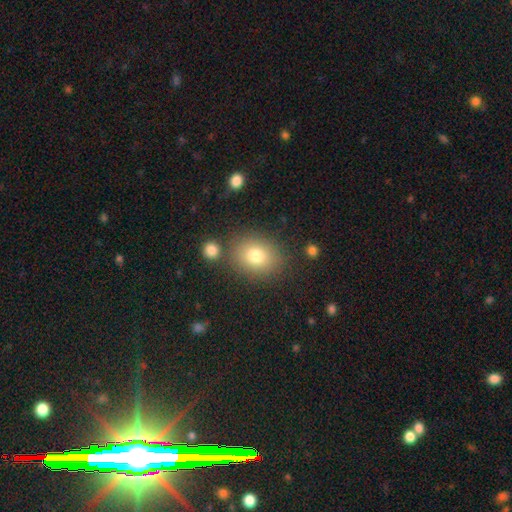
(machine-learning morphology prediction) type=smooth (78%); roundness=in between (50%); merging=none (80%).